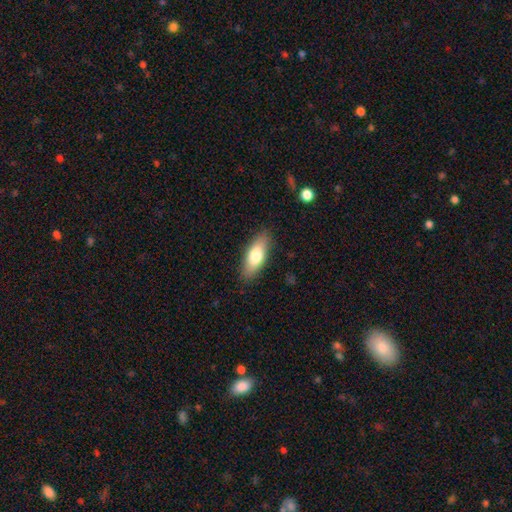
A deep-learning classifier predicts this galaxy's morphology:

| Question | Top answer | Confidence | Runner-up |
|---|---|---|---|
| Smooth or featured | smooth | 74% | featured or disk (20%) |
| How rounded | in between | 72% | cigar-shaped (25%) |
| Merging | none | 87% | minor disturbance (10%) |